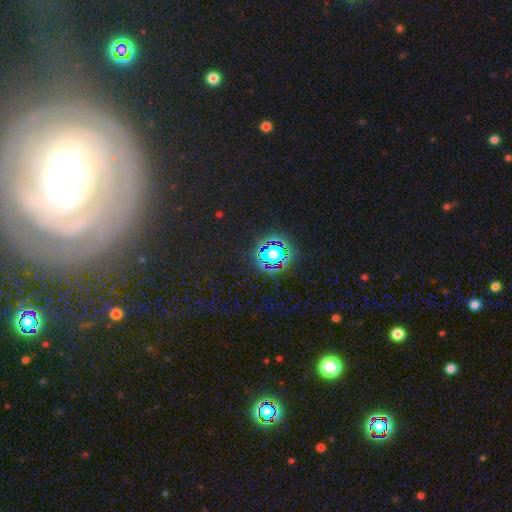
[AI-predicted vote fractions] Smooth or featured?
  - featured or disk: 47% *
  - star or artifact: 35%
  - smooth: 18%
Merging?
  - none: 73% *
  - minor disturbance: 14%
  - major disturbance: 9%
  - merger: 5%